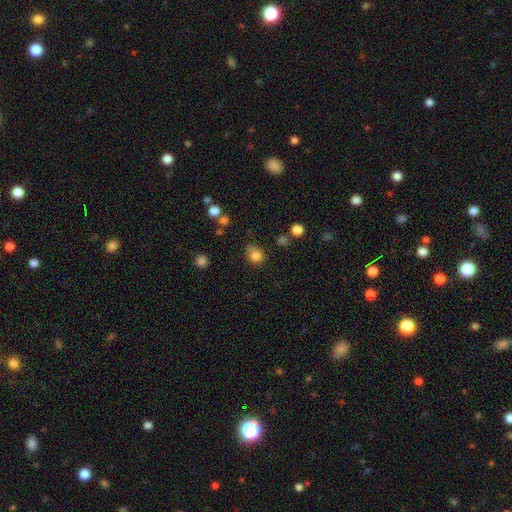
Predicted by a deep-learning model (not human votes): smooth-or-featured: smooth: 82% | star or artifact: 13% | featured or disk: 6%
  how-rounded: round: 77% | in between: 22% | cigar-shaped: 1%
  merging: none: 61% | minor disturbance: 25% | major disturbance: 7% | merger: 6%